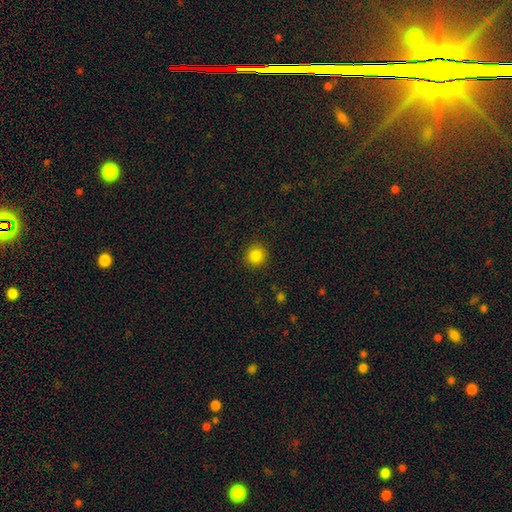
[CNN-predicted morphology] smooth_or_featured: smooth (p=0.85) [alt: star or artifact p=0.11]
how_rounded: round (p=0.93) [alt: in between p=0.06]
merging: none (p=0.91) [alt: minor disturbance p=0.06]